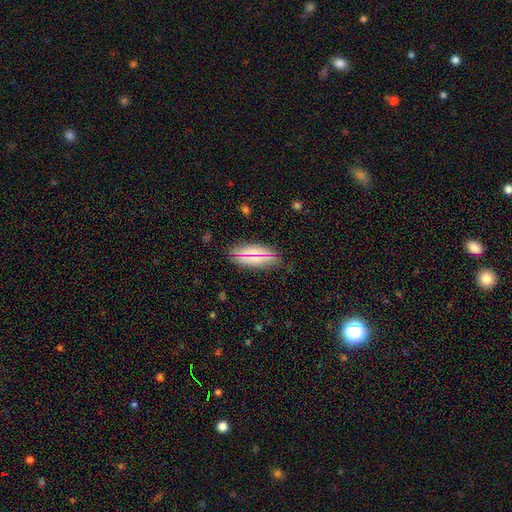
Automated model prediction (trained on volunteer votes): smooth-or-featured: smooth: 71% | featured or disk: 15% | star or artifact: 14%
  how-rounded: in between: 86% | cigar-shaped: 11% | round: 4%
  merging: none: 82% | minor disturbance: 13% | major disturbance: 3% | merger: 1%